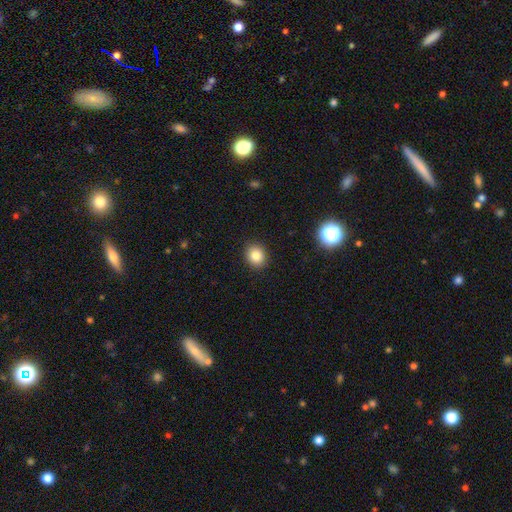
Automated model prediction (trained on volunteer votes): Smooth or featured? Predicted: smooth (p=0.83). How rounded? Predicted: round (p=0.68). Merging? Predicted: none (p=0.90).